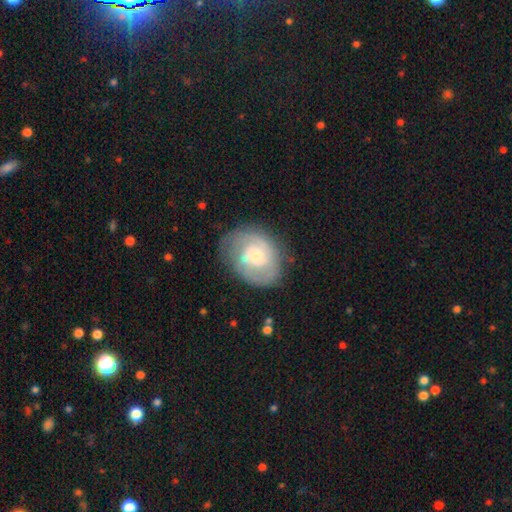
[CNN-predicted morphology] featured or disk 73%, smooth 21%, star or artifact 6%. Down the decision tree: edge-on disk — no (97%); bar — no (61%); spiral arms — yes (89%); spiral arm count — 2 (56%); spiral winding — tight (51%); bulge size — moderate (50%); merging — none (69%).